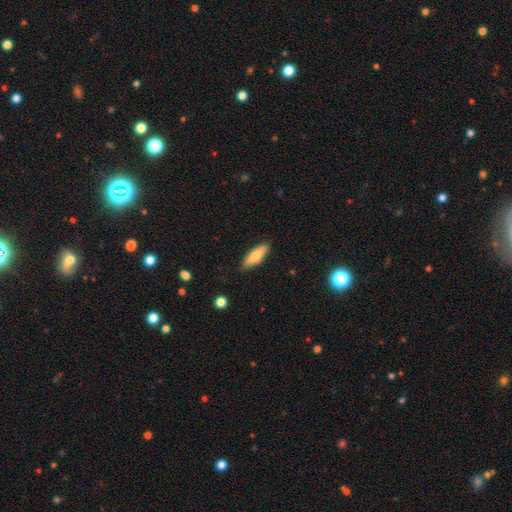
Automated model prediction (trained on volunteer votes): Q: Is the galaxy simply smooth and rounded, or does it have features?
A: smooth — 74%.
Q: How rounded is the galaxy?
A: in between — 52%.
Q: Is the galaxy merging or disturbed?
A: none — 84%.